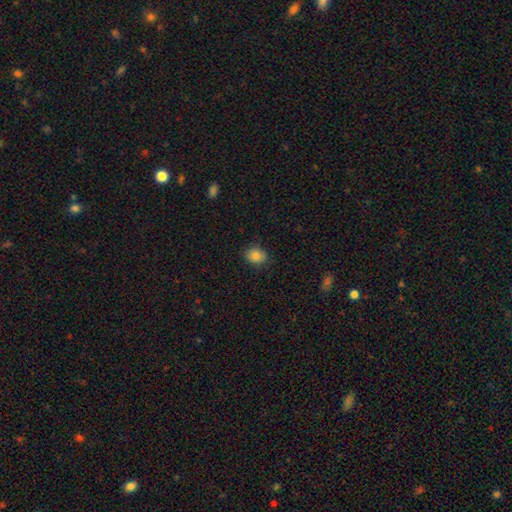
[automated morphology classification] Smooth or featured?
  - smooth: 82% *
  - star or artifact: 10%
  - featured or disk: 8%
How rounded?
  - round: 63% *
  - in between: 36%
  - cigar-shaped: 1%
Merging?
  - none: 84% *
  - minor disturbance: 13%
  - major disturbance: 3%
  - merger: 1%